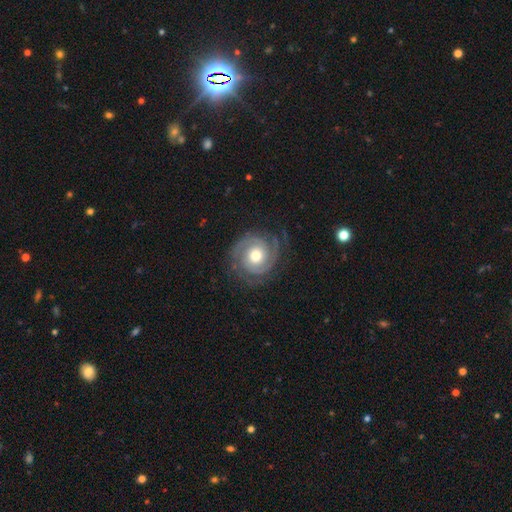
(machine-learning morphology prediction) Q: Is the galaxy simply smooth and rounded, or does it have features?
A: featured or disk — 87%.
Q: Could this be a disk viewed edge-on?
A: no — 98%.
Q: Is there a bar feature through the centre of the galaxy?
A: no — 74%.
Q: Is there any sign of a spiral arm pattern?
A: yes — 97%.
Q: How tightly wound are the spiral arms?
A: tight — 66%.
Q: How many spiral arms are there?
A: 2 — 79%.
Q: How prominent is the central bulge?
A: moderate — 66%.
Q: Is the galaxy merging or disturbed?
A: none — 80%.